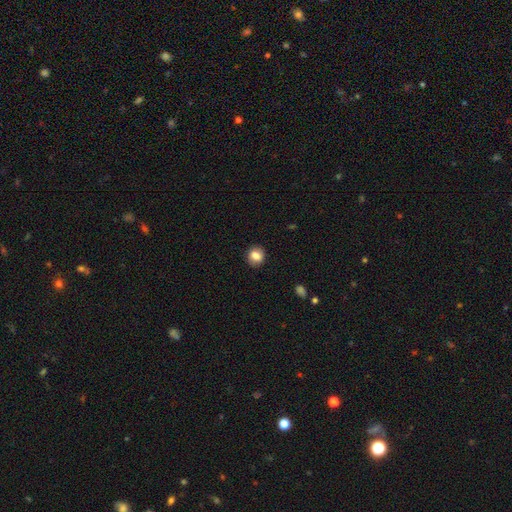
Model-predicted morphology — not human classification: Smooth or featured? smooth (82%)
How rounded? round (78%)
Merging? none (89%)